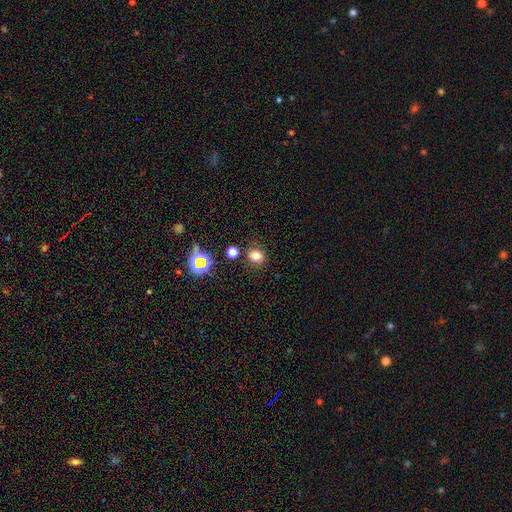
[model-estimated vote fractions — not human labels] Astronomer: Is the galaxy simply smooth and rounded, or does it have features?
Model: smooth — 74%.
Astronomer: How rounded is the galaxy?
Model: round — 65%.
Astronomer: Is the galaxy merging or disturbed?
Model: none — 80%.